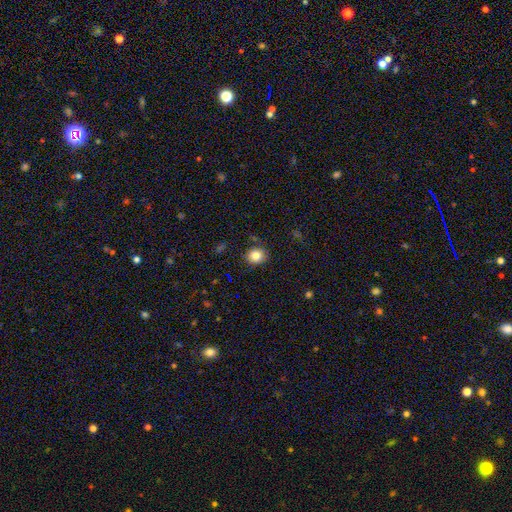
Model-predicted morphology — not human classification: A smooth galaxy with no disk features (82%) that is round (77%).

Vote fractions:
- Smooth or featured? smooth: 82% / star or artifact: 11% / featured or disk: 7%
- How rounded? round: 77% / in between: 22% / cigar-shaped: 1%
- Merging? none: 85% / minor disturbance: 10% / major disturbance: 2% / merger: 2%